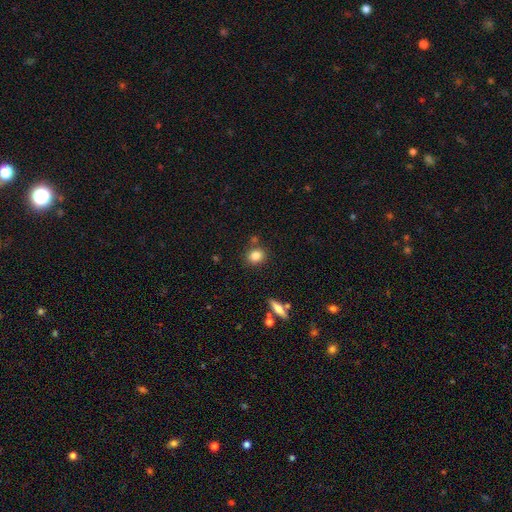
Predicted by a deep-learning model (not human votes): smooth 83%, star or artifact 10%, featured or disk 7%. Down the decision tree: how rounded — round (66%); merging — none (78%).